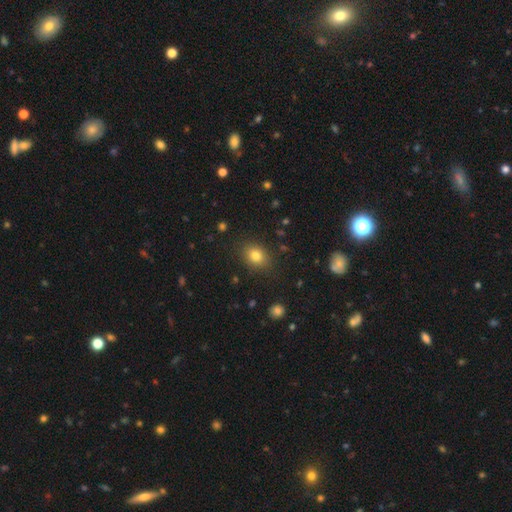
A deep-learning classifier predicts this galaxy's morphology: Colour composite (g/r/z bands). It shows a smooth galaxy with no disk features (79%) that is in between round and cigar-shaped (54%). Merging: none (86%).